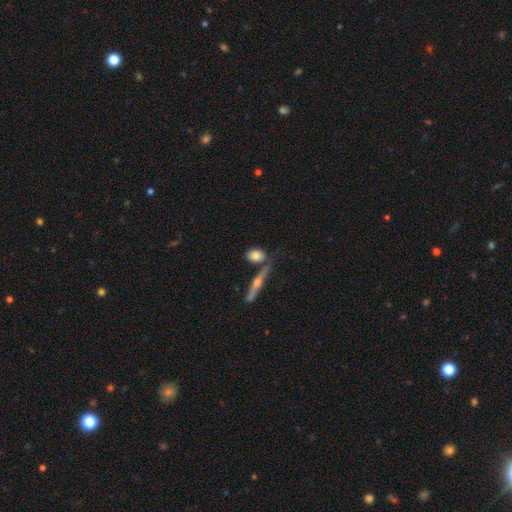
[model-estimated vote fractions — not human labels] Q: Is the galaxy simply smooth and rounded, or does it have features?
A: smooth — 74%.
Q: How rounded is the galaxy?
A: in between — 62%.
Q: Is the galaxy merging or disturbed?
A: none — 65%.